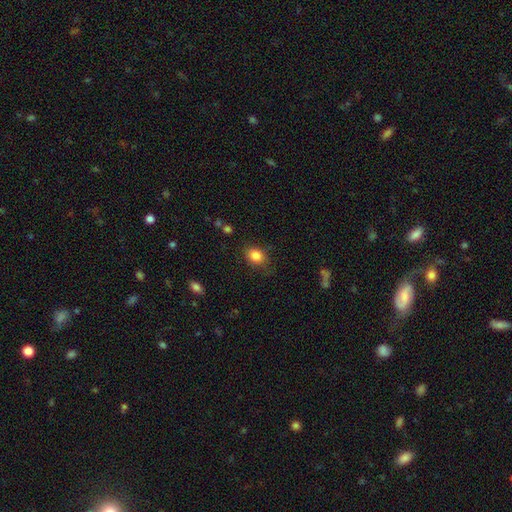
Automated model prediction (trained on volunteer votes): A smooth galaxy with no disk features (84%) that is in between round and cigar-shaped (54%).

Vote fractions:
- Smooth or featured? smooth: 84% / star or artifact: 10% / featured or disk: 6%
- How rounded? in between: 54% / round: 45% / cigar-shaped: 1%
- Merging? none: 75% / minor disturbance: 18% / major disturbance: 5% / merger: 2%